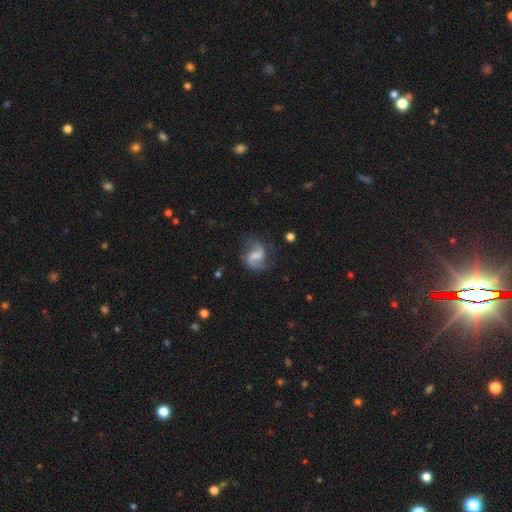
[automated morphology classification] Smooth or featured? featured or disk (79%)
Edge-on disk? no (98%)
Bar? weak (53%)
Spiral arms? yes (95%)
Spiral winding? loose (46%)
Spiral arm count? 2 (88%)
Bulge size? none (33%)
Merging? none (70%)